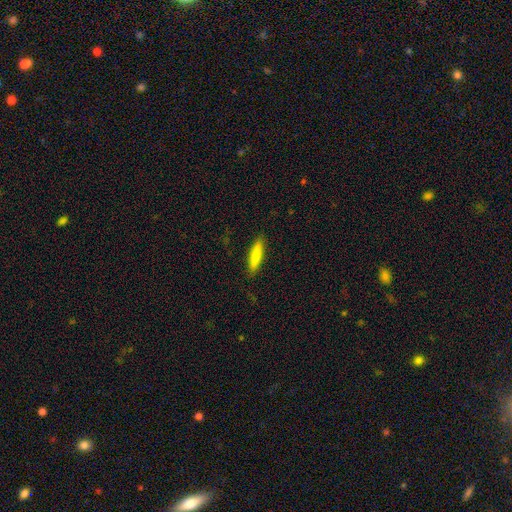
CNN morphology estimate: This appears to be a smooth galaxy with no disk features (81%) that is cigar-shaped (86%). Merging: none (89%).